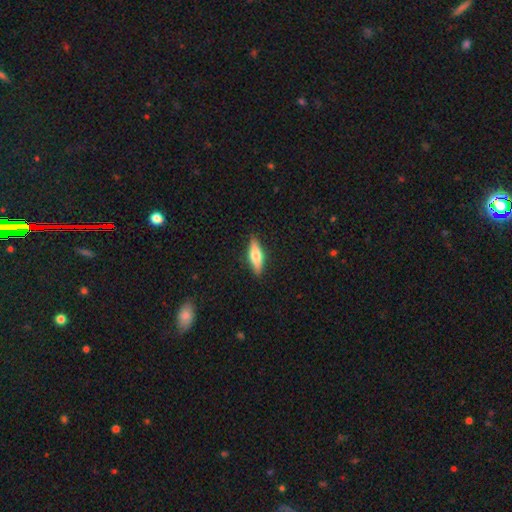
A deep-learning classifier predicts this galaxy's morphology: The model was most divided on "how rounded": cigar-shaped: 54%, in between: 44%, round: 2%. More confident: merging — none (89%); smooth or featured — smooth (59%).